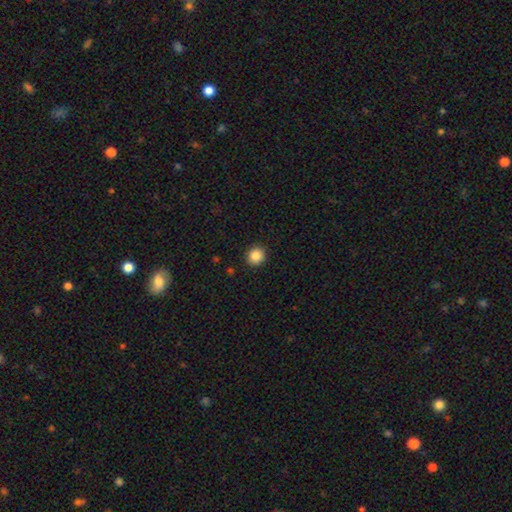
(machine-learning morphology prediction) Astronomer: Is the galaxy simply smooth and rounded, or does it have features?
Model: smooth — 87%.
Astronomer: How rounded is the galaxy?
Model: round — 89%.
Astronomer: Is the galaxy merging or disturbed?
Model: none — 92%.